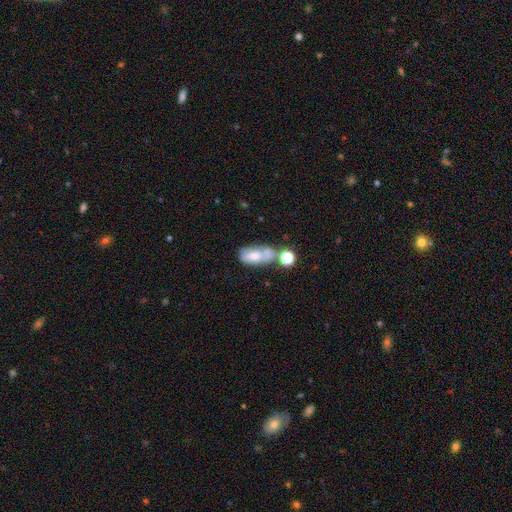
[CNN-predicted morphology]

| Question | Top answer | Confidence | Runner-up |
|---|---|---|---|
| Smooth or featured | smooth | 57% | featured or disk (30%) |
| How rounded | in between | 84% | round (9%) |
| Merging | merger | 40% | none (27%) |